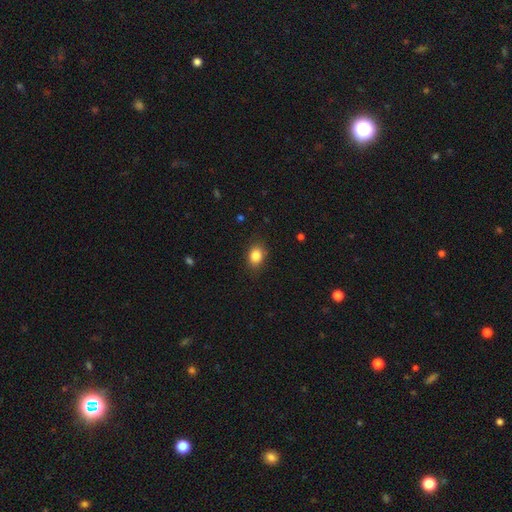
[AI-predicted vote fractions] smooth-or-featured: smooth: 85% | star or artifact: 9% | featured or disk: 5%
  how-rounded: in between: 68% | round: 31% | cigar-shaped: 1%
  merging: none: 83% | minor disturbance: 13% | major disturbance: 3% | merger: 1%